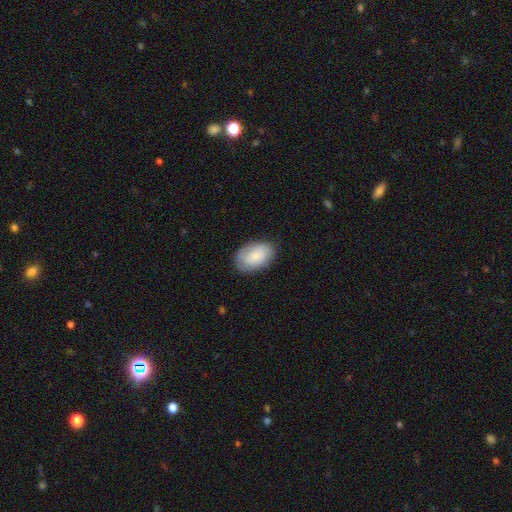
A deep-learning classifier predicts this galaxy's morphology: A smooth galaxy with no disk features (65%) that is in between round and cigar-shaped (89%).

Vote fractions:
- Smooth or featured? smooth: 65% / featured or disk: 28% / star or artifact: 7%
- How rounded? in between: 89% / round: 10% / cigar-shaped: 1%
- Merging? none: 77% / minor disturbance: 17% / major disturbance: 5% / merger: 1%